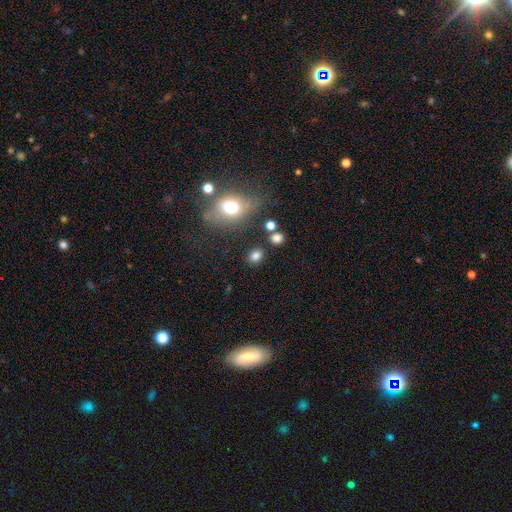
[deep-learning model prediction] Smooth or featured? Predicted: smooth (p=0.80). How rounded? Predicted: round (p=0.51). Merging? Predicted: none (p=0.80).